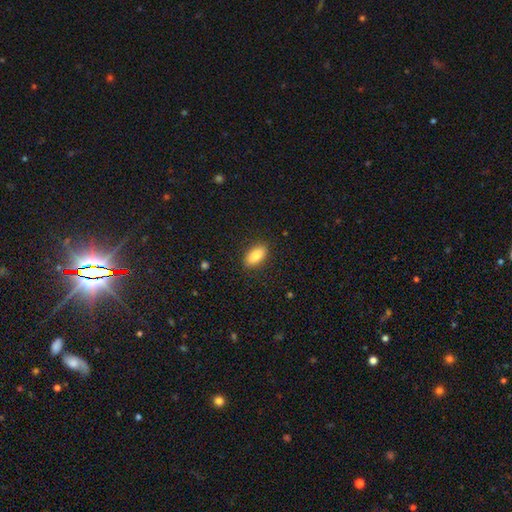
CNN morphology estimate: smooth_or_featured: smooth (p=0.84) [alt: featured or disk p=0.09]
how_rounded: in between (p=0.89) [alt: cigar-shaped p=0.08]
merging: none (p=0.87) [alt: minor disturbance p=0.09]